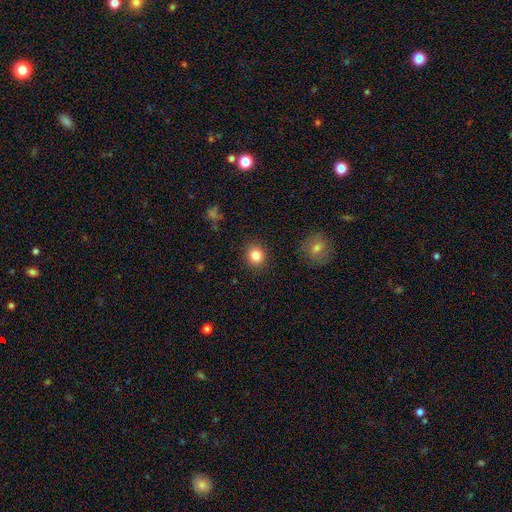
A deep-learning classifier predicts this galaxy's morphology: Q: Smooth or featured?
A: smooth (84%); runner-up: star or artifact (10%)
Q: How rounded?
A: round (85%); runner-up: in between (15%)
Q: Merging?
A: none (90%); runner-up: minor disturbance (7%)